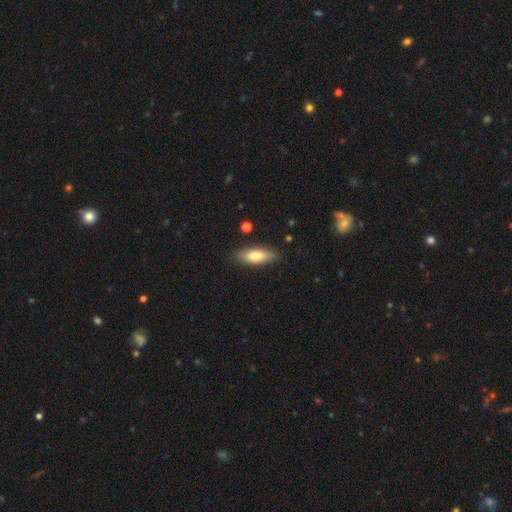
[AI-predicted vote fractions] Smooth or featured? smooth (74%)
How rounded? in between (64%)
Merging? none (85%)